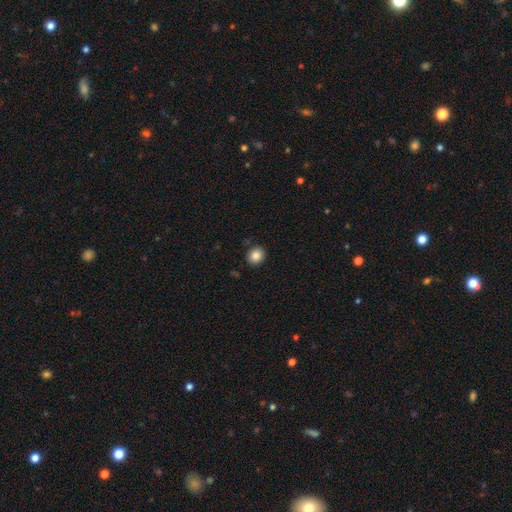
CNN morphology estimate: Overall: smooth (85%). How rounded: round (71%). Merging: none (89%).